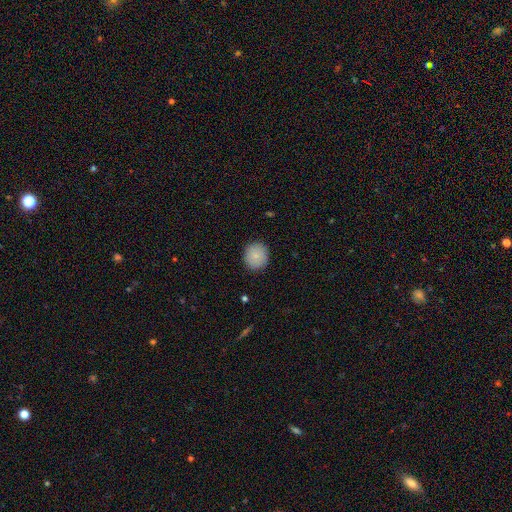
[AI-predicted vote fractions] This is clearly a smooth galaxy (82%). How rounded: clearly round (84%). Merging: clearly none (87%).